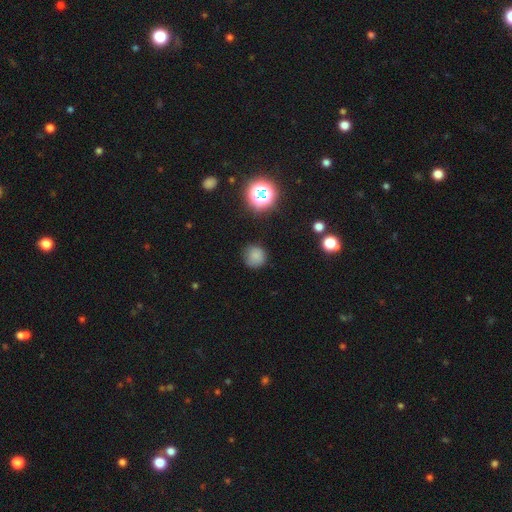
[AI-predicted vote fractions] Overall: smooth (76%). How rounded: round (91%). Merging: none (79%).